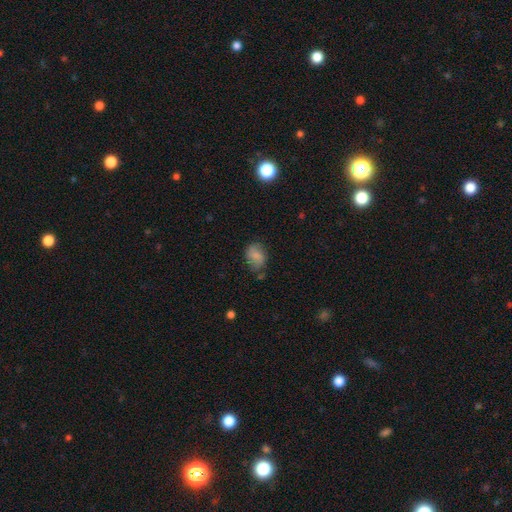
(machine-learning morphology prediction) A smooth galaxy with no disk features (75%) that is in between round and cigar-shaped (71%).

Vote fractions:
- Smooth or featured? smooth: 75% / featured or disk: 16% / star or artifact: 9%
- How rounded? in between: 71% / round: 27% / cigar-shaped: 1%
- Merging? none: 64% / minor disturbance: 25% / major disturbance: 7% / merger: 4%